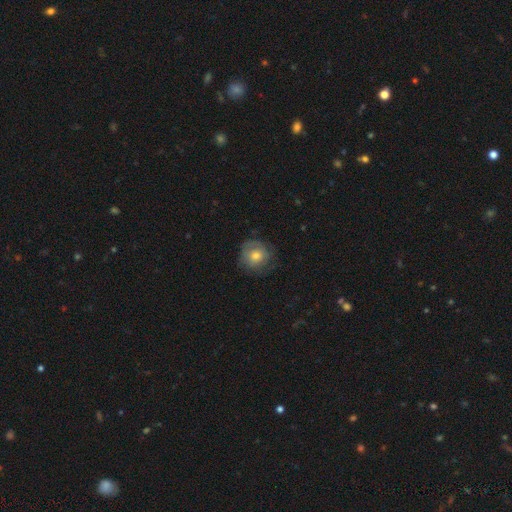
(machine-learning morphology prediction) This is likely a smooth galaxy (60%). How rounded: clearly round (90%). Merging: likely none (72%).